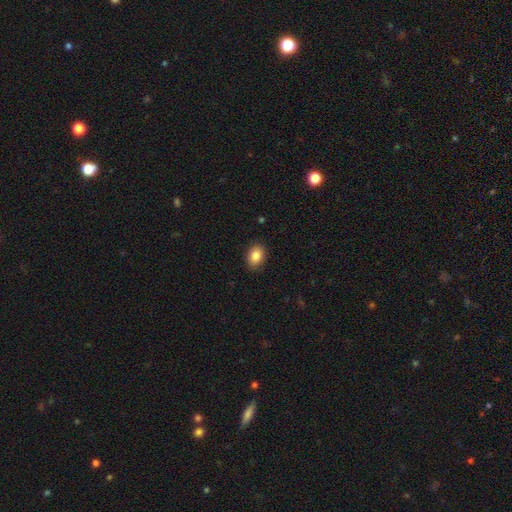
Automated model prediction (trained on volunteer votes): The model was most divided on "how rounded": in between: 75%, round: 23%, cigar-shaped: 1%. More confident: merging — none (88%); smooth or featured — smooth (86%).